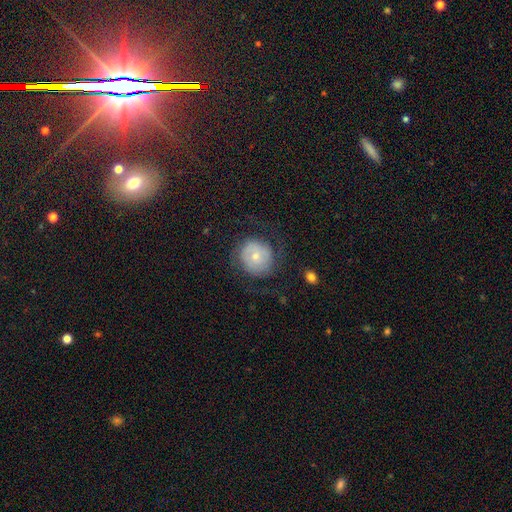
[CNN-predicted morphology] smooth_or_featured: featured or disk (p=0.49) [alt: smooth p=0.44]
merging: none (p=0.64) [alt: minor disturbance p=0.18]